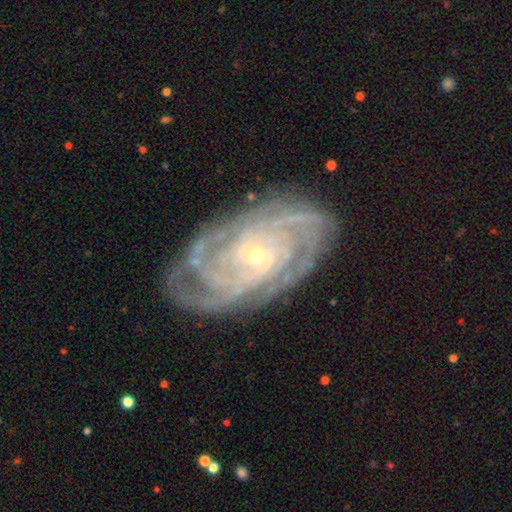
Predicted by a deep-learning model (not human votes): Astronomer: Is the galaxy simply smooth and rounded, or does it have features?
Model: featured or disk — 90%.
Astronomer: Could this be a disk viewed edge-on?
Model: no — 96%.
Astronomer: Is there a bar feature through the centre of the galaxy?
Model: no — 69%.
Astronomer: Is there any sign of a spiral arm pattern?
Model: yes — 98%.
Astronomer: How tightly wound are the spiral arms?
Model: tight — 77%.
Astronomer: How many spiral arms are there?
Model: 4 — 26% (runner-up: can't tell, 21%).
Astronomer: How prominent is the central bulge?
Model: small — 77%.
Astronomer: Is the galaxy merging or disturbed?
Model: none — 81%.